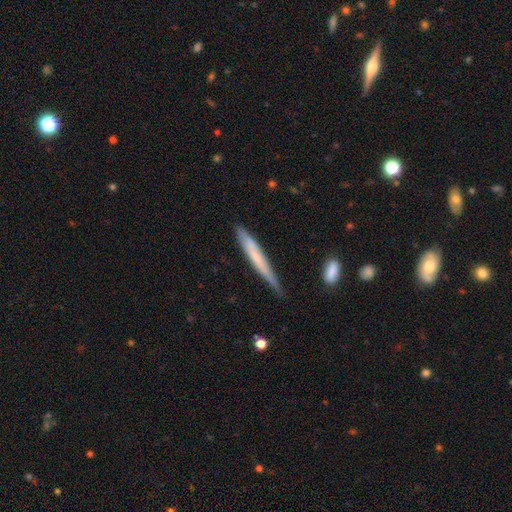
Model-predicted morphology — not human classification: This is possibly a smooth galaxy (54%). How rounded: clearly cigar-shaped (96%). Merging: likely none (69%).